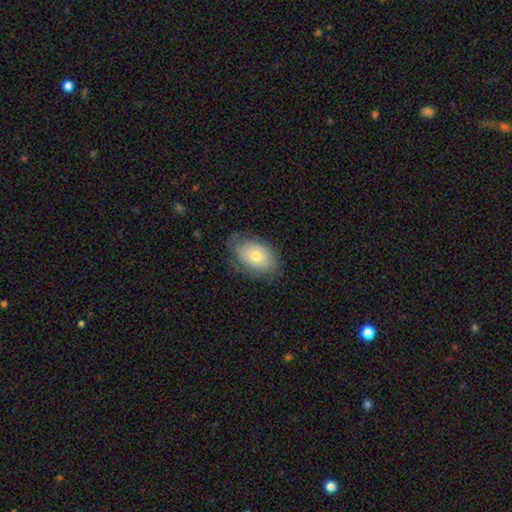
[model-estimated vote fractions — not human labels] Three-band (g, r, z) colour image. It shows a smooth galaxy with no disk features (70%) that is in between round and cigar-shaped (85%). Merging: none (69%).